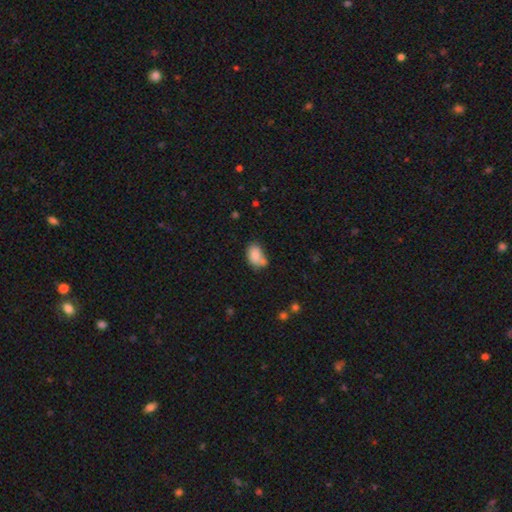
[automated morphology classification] smooth 81%, featured or disk 10%, star or artifact 9%. Down the decision tree: how rounded — in between (83%); merging — none (41%).